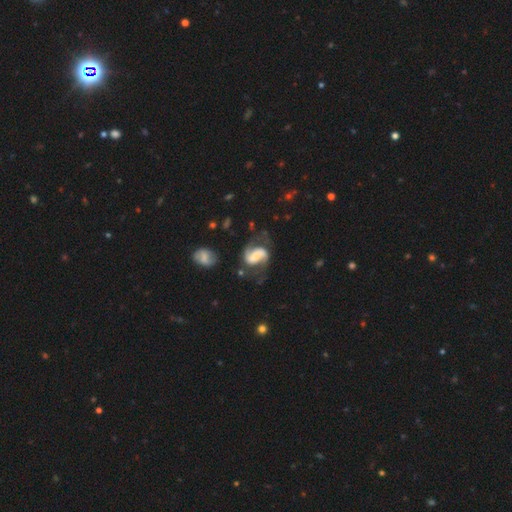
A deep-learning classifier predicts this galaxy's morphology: Smooth or featured?
  - featured or disk: 82% *
  - smooth: 12%
  - star or artifact: 6%
Edge-on disk?
  - no: 97% *
  - yes: 3%
Bar?
  - weak: 40% *
  - no: 31%
  - strong: 29%
Spiral arms?
  - yes: 95% *
  - no: 5%
Spiral winding?
  - medium: 48% *
  - loose: 37%
  - tight: 15%
Spiral arm count?
  - 2: 90% *
  - can't tell: 3%
  - 1: 3%
  - 3: 1%
  - 4: 1%
  - more than 4: 1%
Bulge size?
  - moderate: 39% *
  - small: 35%
  - large: 13%
  - none: 10%
  - dominant: 3%
Merging?
  - none: 61% *
  - minor disturbance: 20%
  - major disturbance: 14%
  - merger: 5%